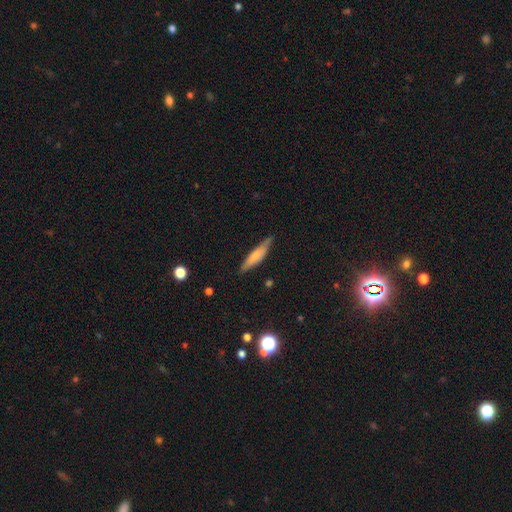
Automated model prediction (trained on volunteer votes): This is possibly a smooth galaxy (59%). How rounded: clearly cigar-shaped (80%). Merging: likely none (77%).